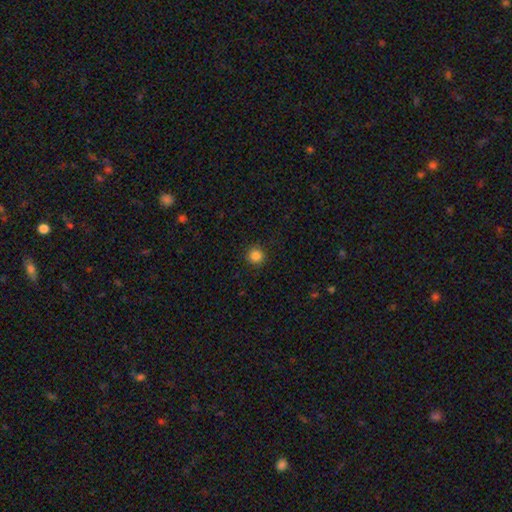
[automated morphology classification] Overall: smooth (85%). How rounded: round (94%). Merging: none (91%).